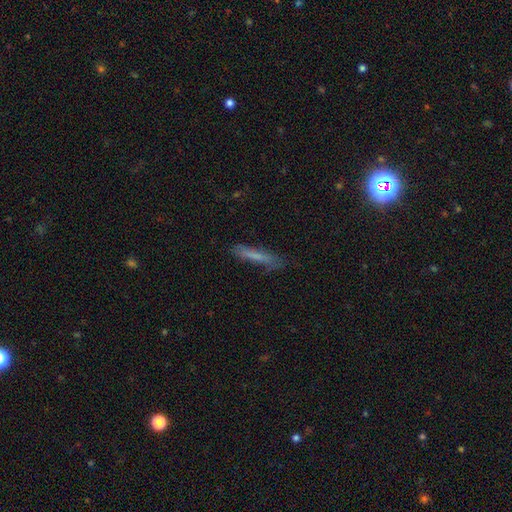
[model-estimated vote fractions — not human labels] A smooth galaxy with no disk features (65%) that is cigar-shaped (91%).

Vote fractions:
- Smooth or featured? smooth: 65% / featured or disk: 26% / star or artifact: 9%
- How rounded? cigar-shaped: 91% / in between: 8% / round: 2%
- Merging? none: 77% / minor disturbance: 17% / major disturbance: 5% / merger: 2%